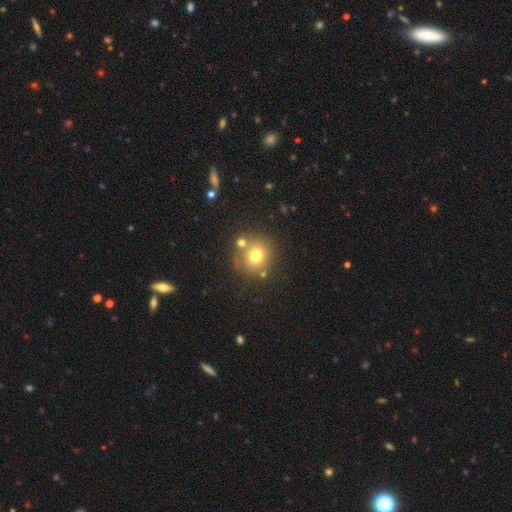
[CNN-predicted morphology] smooth 72%, star or artifact 15%, featured or disk 13%. Down the decision tree: how rounded — round (88%); merging — none (72%).